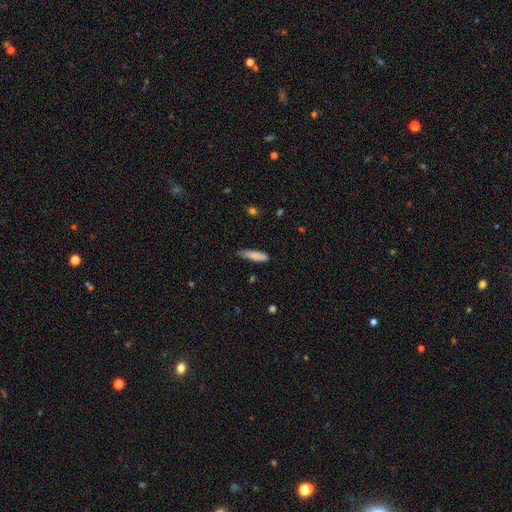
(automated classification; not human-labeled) smooth-or-featured: smooth: 83% | featured or disk: 11% | star or artifact: 6%
  how-rounded: cigar-shaped: 67% | in between: 32% | round: 2%
  merging: none: 60% | minor disturbance: 32% | major disturbance: 5% | merger: 2%